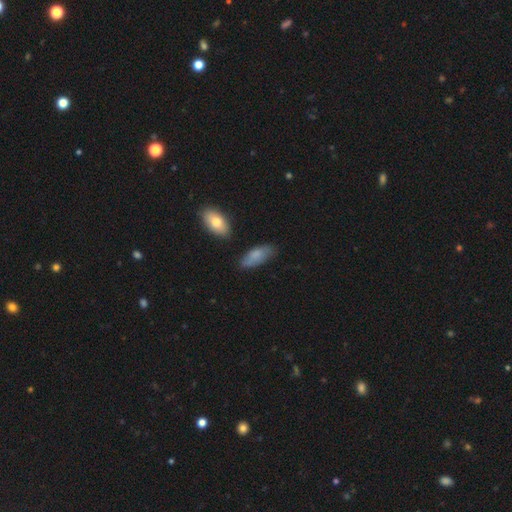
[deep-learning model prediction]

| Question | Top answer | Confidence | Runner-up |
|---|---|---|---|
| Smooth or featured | smooth | 77% | featured or disk (17%) |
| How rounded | in between | 85% | cigar-shaped (12%) |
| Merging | none | 68% | minor disturbance (23%) |